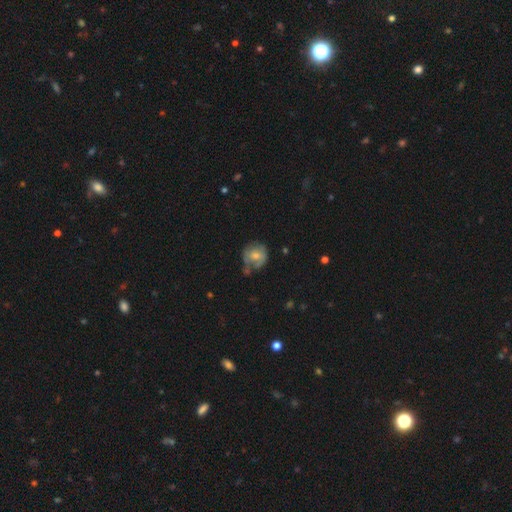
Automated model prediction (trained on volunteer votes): Smooth or featured? Predicted: smooth (p=0.56). How rounded? Predicted: round (p=0.77). Merging? Predicted: none (p=0.47).